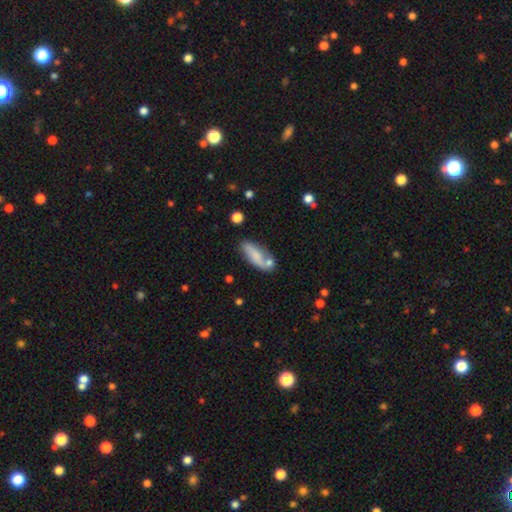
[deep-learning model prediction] A smooth galaxy with no disk features (63%) that is in between round and cigar-shaped (68%).

Vote fractions:
- Smooth or featured? smooth: 63% / featured or disk: 29% / star or artifact: 7%
- How rounded? in between: 68% / cigar-shaped: 29% / round: 3%
- Merging? none: 49% / merger: 23% / minor disturbance: 20% / major disturbance: 8%